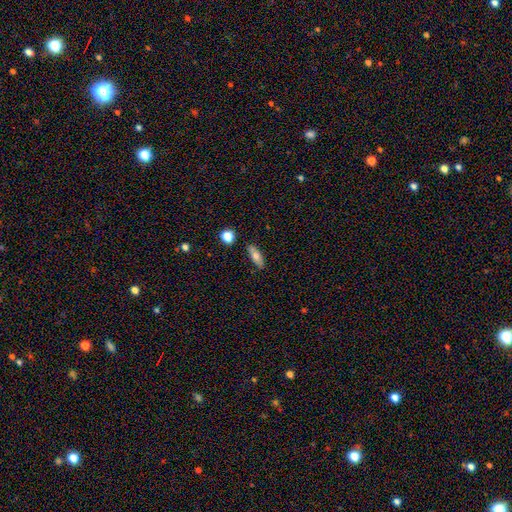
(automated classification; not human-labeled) A smooth galaxy with no disk features (69%) that is in between round and cigar-shaped (65%). Merging: none (83%).